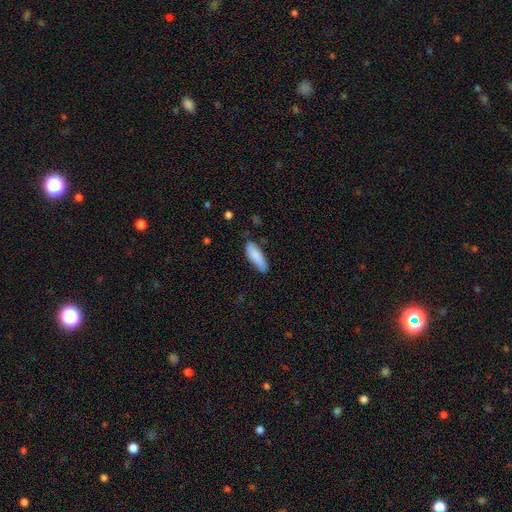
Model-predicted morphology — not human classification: smooth-or-featured: smooth: 86% | featured or disk: 8% | star or artifact: 6%
  how-rounded: in between: 61% | cigar-shaped: 37% | round: 2%
  merging: none: 77% | minor disturbance: 18% | major disturbance: 3% | merger: 2%